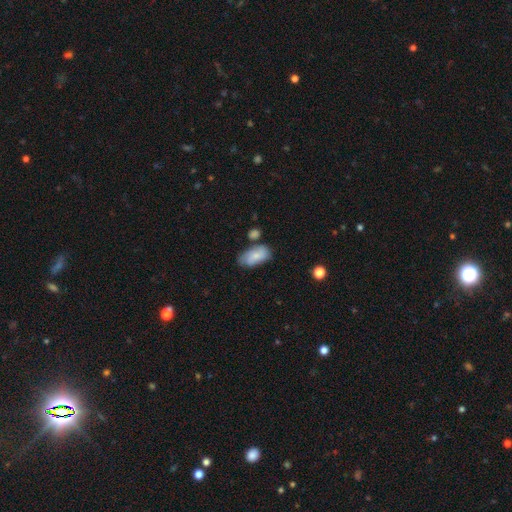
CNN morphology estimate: A smooth galaxy with no disk features (76%) that is in between round and cigar-shaped (93%).

Vote fractions:
- Smooth or featured? smooth: 76% / featured or disk: 17% / star or artifact: 7%
- How rounded? in between: 93% / round: 4% / cigar-shaped: 3%
- Merging? none: 54% / minor disturbance: 27% / merger: 13% / major disturbance: 7%